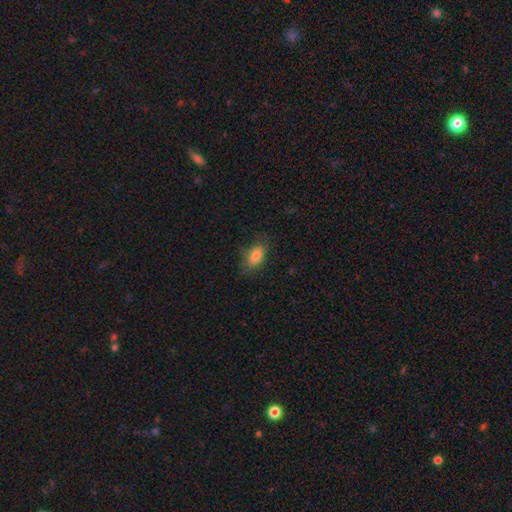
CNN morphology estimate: This is clearly a smooth galaxy (82%). How rounded: clearly in between (88%). Merging: likely none (73%).